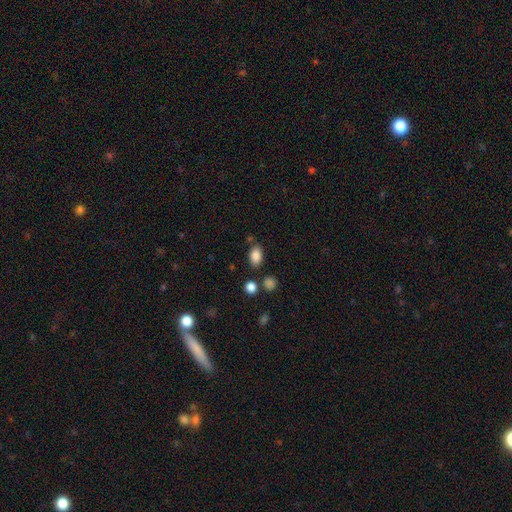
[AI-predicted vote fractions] This is clearly a smooth galaxy (86%). How rounded: clearly in between (84%). Merging: likely none (78%).